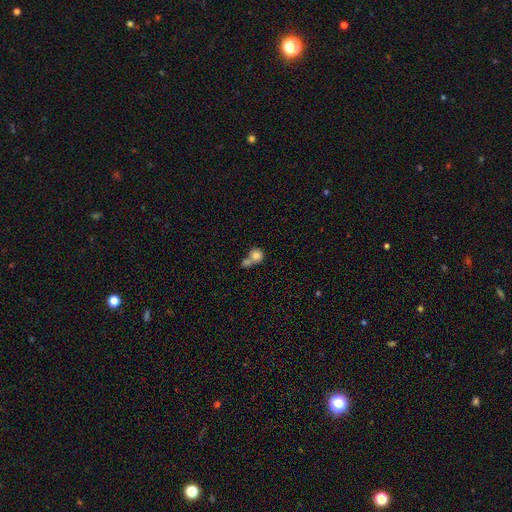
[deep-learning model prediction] Overall: smooth (78%). How rounded: round (81%). Merging: merger (60%; none 27%).